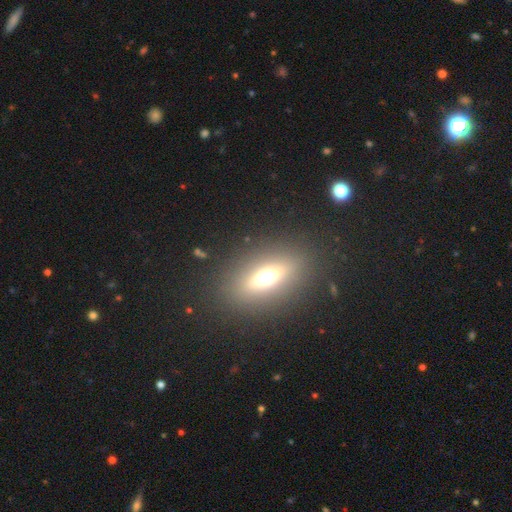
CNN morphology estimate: Smooth or featured?
  - smooth: 49% *
  - featured or disk: 31%
  - star or artifact: 19%
Merging?
  - none: 88% *
  - minor disturbance: 7%
  - major disturbance: 3%
  - merger: 1%